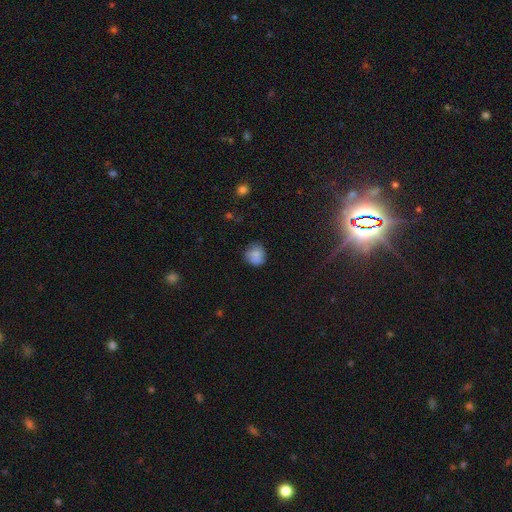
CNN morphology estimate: Q: Smooth or featured?
A: smooth (76%); runner-up: featured or disk (13%)
Q: How rounded?
A: round (82%); runner-up: in between (17%)
Q: Merging?
A: none (66%); runner-up: minor disturbance (24%)